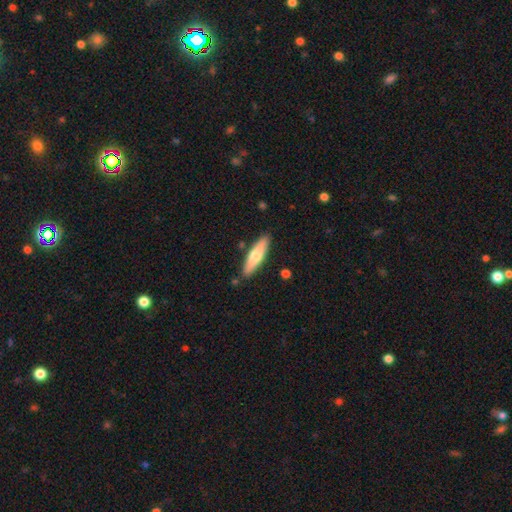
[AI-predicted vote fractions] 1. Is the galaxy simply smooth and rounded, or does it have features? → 61% smooth, 33% featured or disk, 5% star or artifact.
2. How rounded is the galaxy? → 71% cigar-shaped, 27% in between, 2% round.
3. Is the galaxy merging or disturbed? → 86% none, 9% minor disturbance, 3% merger, 2% major disturbance.